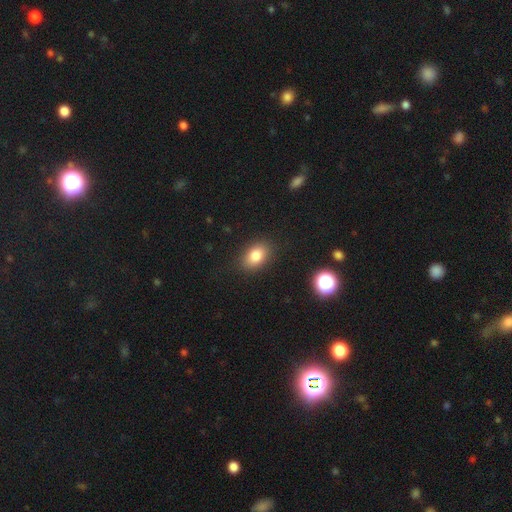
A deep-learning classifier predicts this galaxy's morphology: The model was most divided on "how rounded": in between: 82%, round: 16%, cigar-shaped: 2%. More confident: merging — none (86%); smooth or featured — smooth (81%).